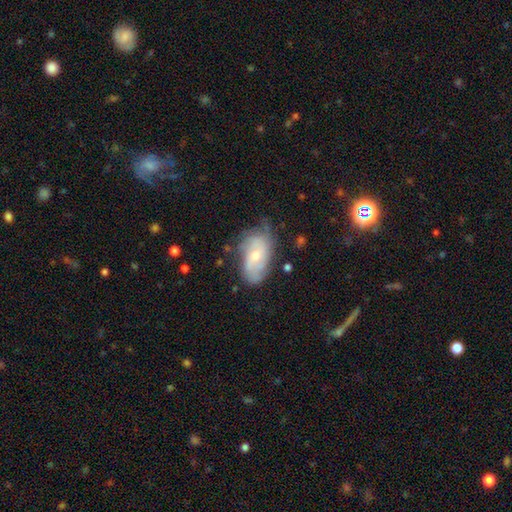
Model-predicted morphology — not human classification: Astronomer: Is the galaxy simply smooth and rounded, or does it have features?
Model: featured or disk — 58% (runner-up: smooth, 35%).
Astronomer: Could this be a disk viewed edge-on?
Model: no — 94%.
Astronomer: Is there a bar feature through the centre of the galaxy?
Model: no — 69%.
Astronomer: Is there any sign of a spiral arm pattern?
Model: yes — 78%.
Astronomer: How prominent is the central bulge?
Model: small — 52% (runner-up: moderate, 44%).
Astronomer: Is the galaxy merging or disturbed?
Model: none — 56%.